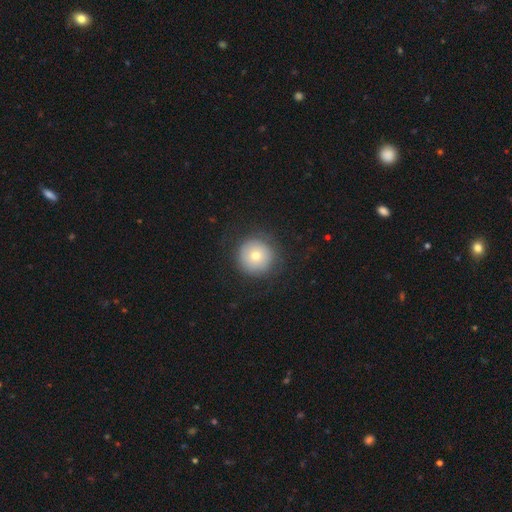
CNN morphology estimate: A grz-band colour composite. It shows a smooth galaxy with no disk features (70%) that is round (95%). Merging: none (83%).